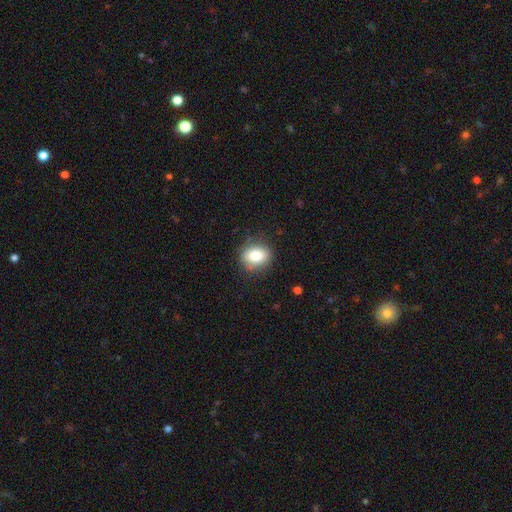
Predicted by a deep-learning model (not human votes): Overall: smooth (81%). How rounded: round (51%; in between 48%). Merging: none (82%).